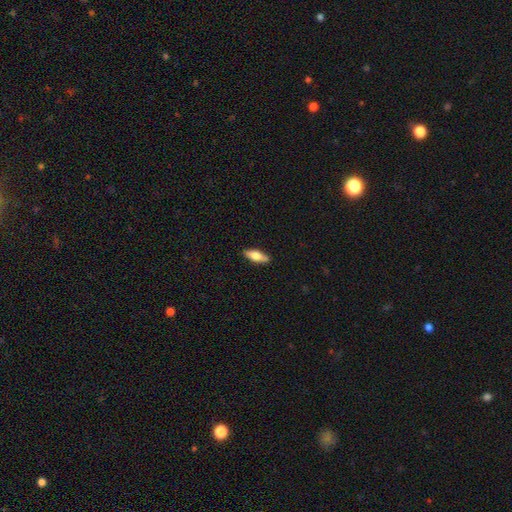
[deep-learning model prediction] Overall: smooth (66%; featured or disk 28%). How rounded: in between (65%; cigar-shaped 32%). Merging: none (85%).